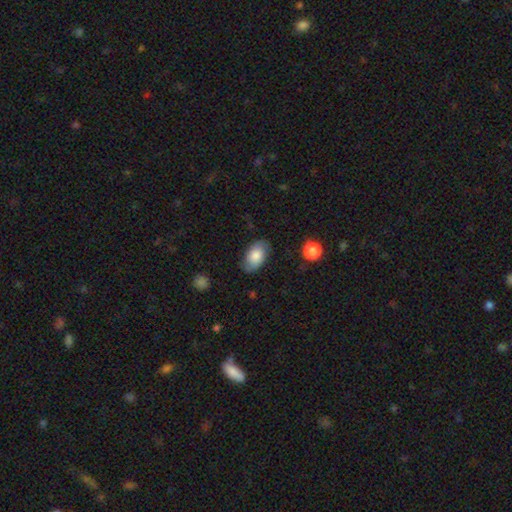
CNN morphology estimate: Smooth or featured?
  - smooth: 75% *
  - featured or disk: 18%
  - star or artifact: 7%
How rounded?
  - in between: 92% *
  - round: 6%
  - cigar-shaped: 1%
Merging?
  - none: 77% *
  - minor disturbance: 17%
  - major disturbance: 4%
  - merger: 1%